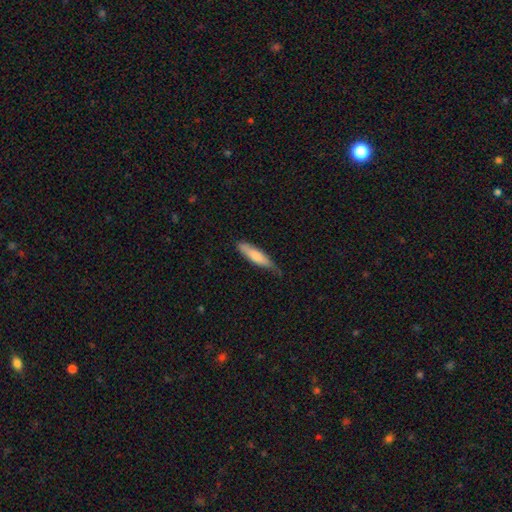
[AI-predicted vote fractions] Morphology: type=smooth (77%); roundness=cigar-shaped (71%); merging=none (57%).